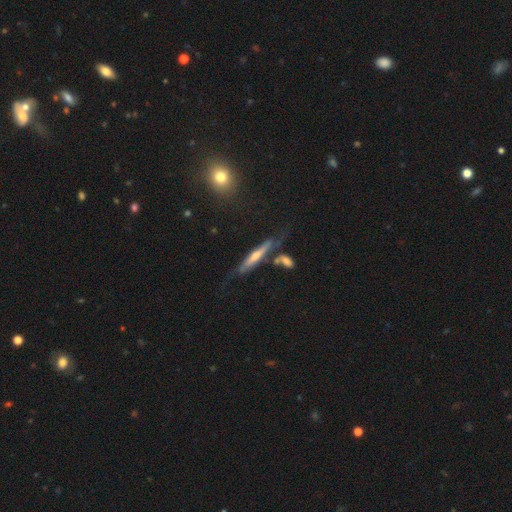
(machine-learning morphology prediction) Smooth or featured? featured or disk (62%)
Edge-on disk? yes (86%)
Edge-on bulge? rounded (67%)
Merging? none (59%)